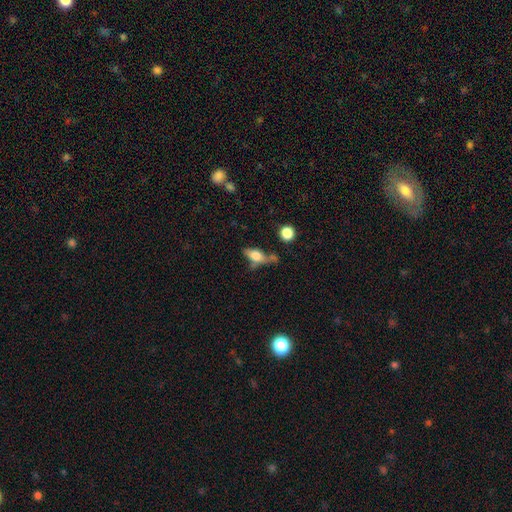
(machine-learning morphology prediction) Smooth or featured: smooth — 59% (featured or disk — 31%)
How rounded: in between — 69% (cigar-shaped — 21%)
Merging: none — 45% (minor disturbance — 23%)